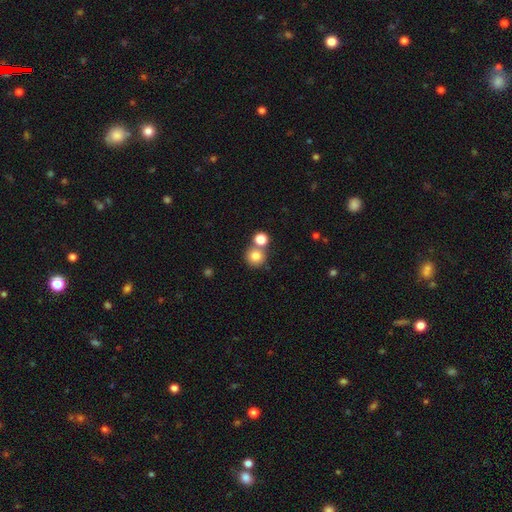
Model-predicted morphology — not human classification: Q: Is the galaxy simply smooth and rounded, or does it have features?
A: smooth — 80%.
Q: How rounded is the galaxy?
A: round — 91%.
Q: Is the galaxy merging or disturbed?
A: none — 59%.